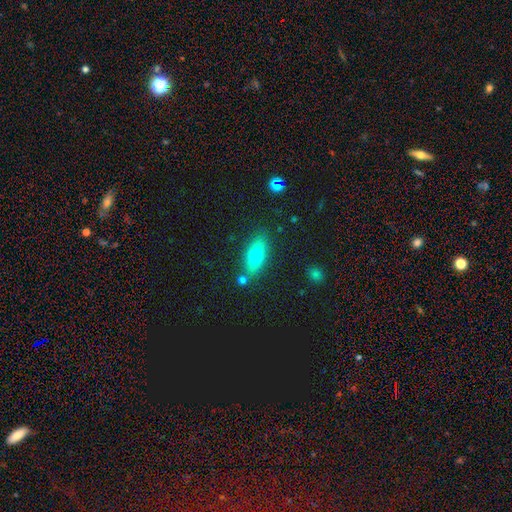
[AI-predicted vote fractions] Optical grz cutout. It shows a smooth galaxy with no disk features (68%) that is in between round and cigar-shaped (65%). Merging: none (79%).